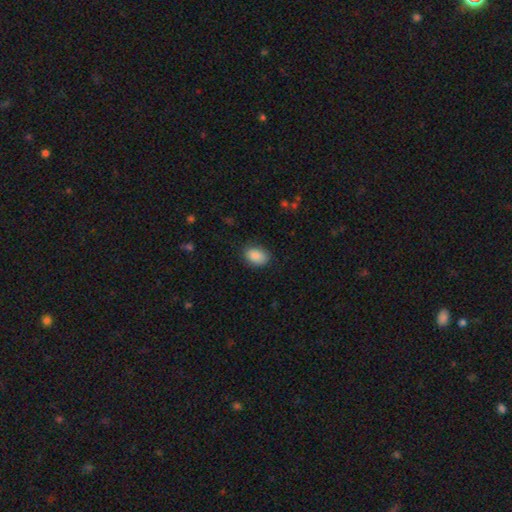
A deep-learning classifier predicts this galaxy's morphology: Smooth or featured: smooth — 88% (star or artifact — 7%)
How rounded: in between — 83% (round — 16%)
Merging: none — 79% (minor disturbance — 16%)